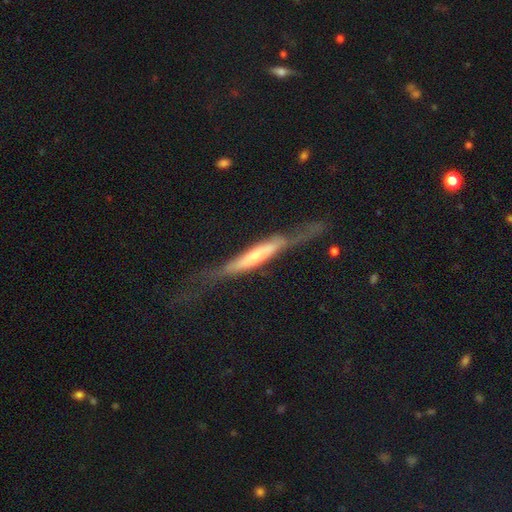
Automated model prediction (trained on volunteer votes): Q: Smooth or featured?
A: featured or disk (63%); runner-up: smooth (31%)
Q: Edge-on disk?
A: yes (77%); runner-up: no (23%)
Q: Merging?
A: none (47%); runner-up: major disturbance (26%)